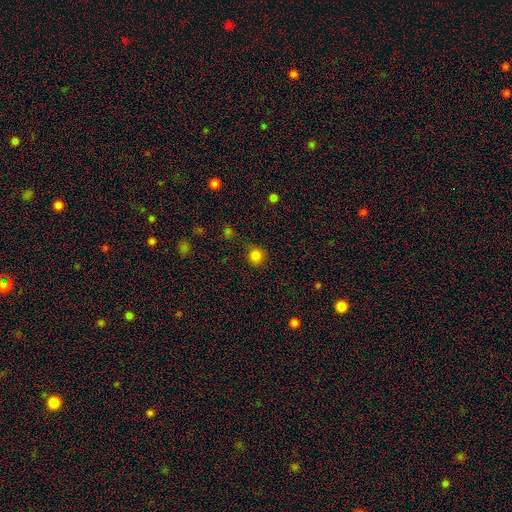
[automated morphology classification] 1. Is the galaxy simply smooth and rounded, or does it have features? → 83% smooth, 13% star or artifact, 4% featured or disk.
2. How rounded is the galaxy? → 94% round, 5% in between, 1% cigar-shaped.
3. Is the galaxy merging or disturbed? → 85% none, 10% minor disturbance, 3% major disturbance, 2% merger.